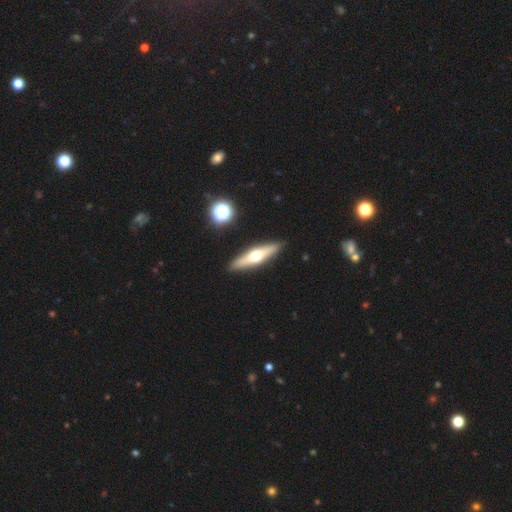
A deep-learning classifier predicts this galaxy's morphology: type=featured or disk (54%); edge-on=yes (90%); merging=none (90%).